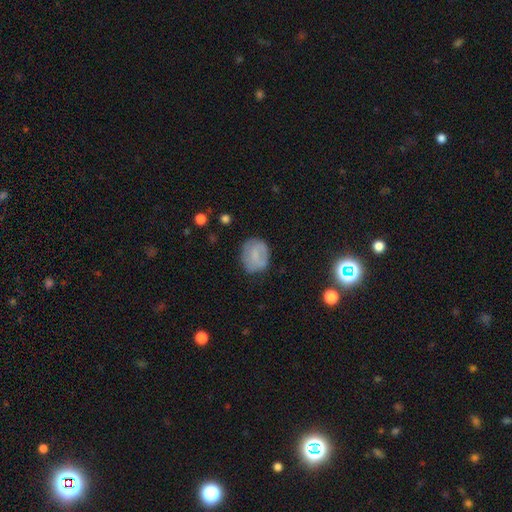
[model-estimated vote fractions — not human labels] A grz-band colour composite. It shows a smooth galaxy with no disk features (66%) that is round (56%). Merging: none (72%).